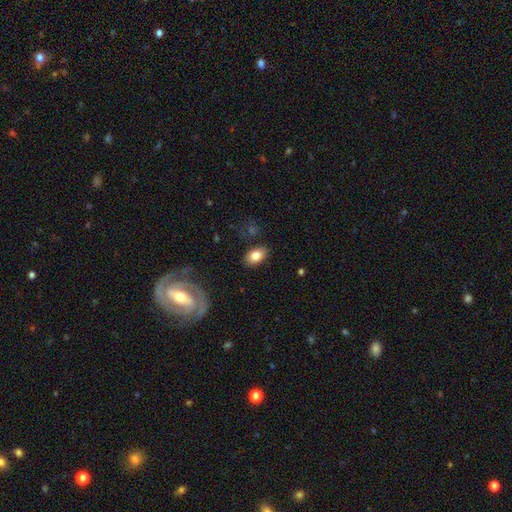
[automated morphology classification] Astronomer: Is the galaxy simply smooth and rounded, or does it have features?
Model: smooth — 81%.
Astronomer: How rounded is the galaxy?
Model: in between — 89%.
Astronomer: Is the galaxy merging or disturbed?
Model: none — 84%.